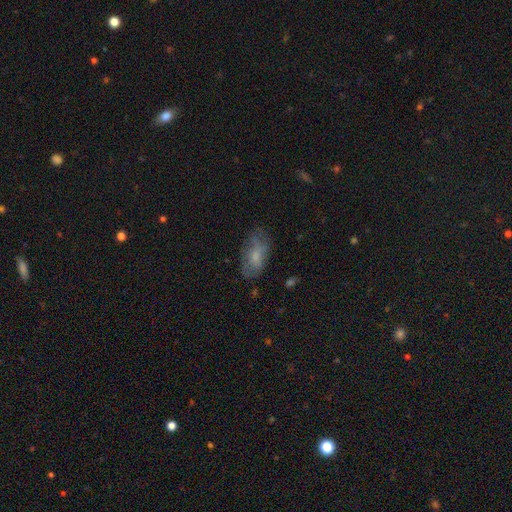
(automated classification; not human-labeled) Overall: smooth (62%; featured or disk 30%). How rounded: in between (89%). Merging: none (61%; minor disturbance 25%).